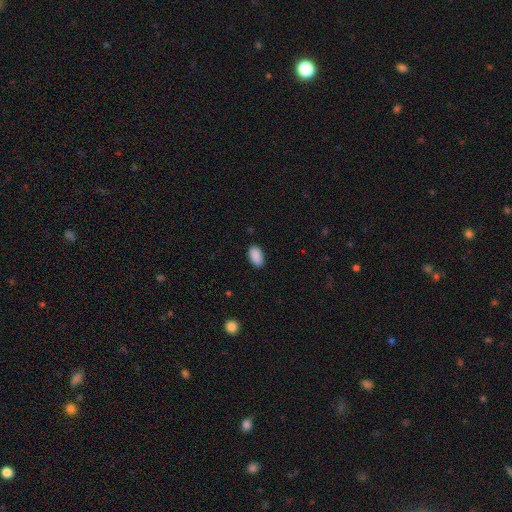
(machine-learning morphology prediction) A smooth galaxy with no disk features (90%) that is in between round and cigar-shaped (94%).

Vote fractions:
- Smooth or featured? smooth: 90% / star or artifact: 7% / featured or disk: 3%
- How rounded? in between: 94% / round: 4% / cigar-shaped: 2%
- Merging? none: 88% / minor disturbance: 9% / major disturbance: 2% / merger: 1%